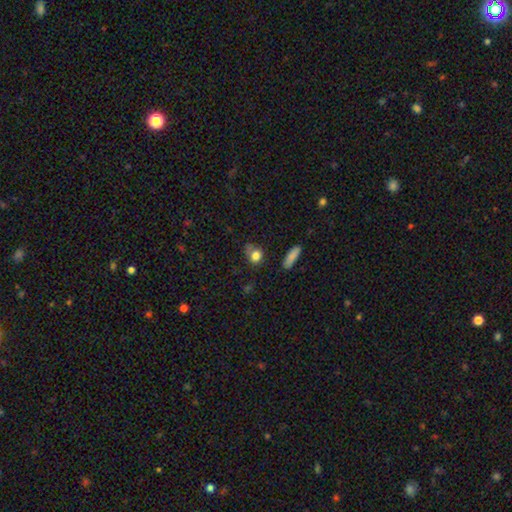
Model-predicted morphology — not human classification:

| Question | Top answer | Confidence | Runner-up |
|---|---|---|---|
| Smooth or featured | smooth | 80% | star or artifact (10%) |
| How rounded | round | 57% | in between (40%) |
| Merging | none | 54% | minor disturbance (29%) |